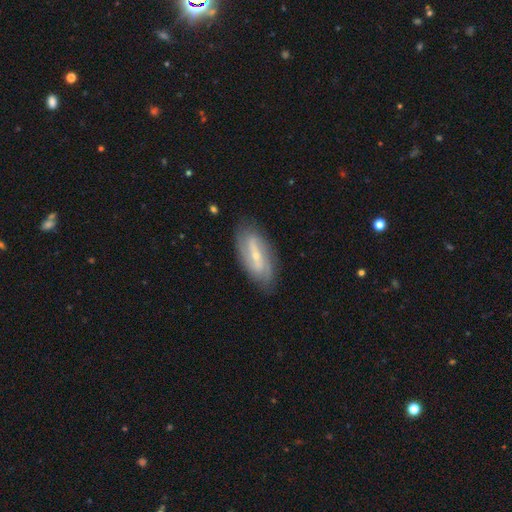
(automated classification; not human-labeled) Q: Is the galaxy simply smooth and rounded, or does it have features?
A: featured or disk — 79%.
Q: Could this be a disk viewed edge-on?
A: no — 90%.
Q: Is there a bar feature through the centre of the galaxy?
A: weak — 39%.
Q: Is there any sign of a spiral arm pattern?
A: yes — 90%.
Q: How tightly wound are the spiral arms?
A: medium — 40%.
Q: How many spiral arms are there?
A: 2 — 65%.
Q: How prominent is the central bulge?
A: small — 67%.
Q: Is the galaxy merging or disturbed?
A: none — 81%.